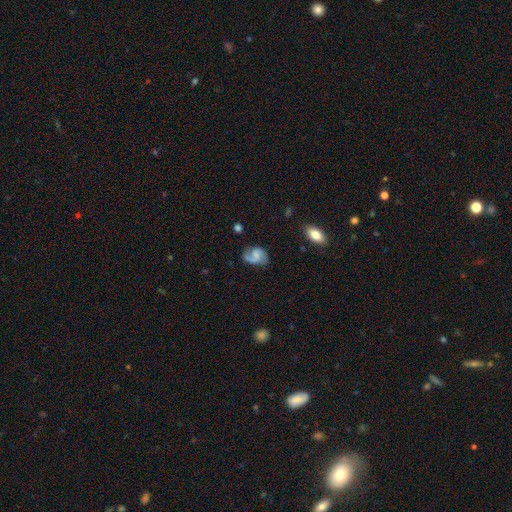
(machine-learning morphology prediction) Smooth or featured? featured or disk (69%)
Edge-on disk? no (98%)
Bar? no (50%)
Spiral arms? yes (93%)
Spiral winding? medium (47%)
Spiral arm count? 2 (77%)
Bulge size? none (35%)
Merging? none (65%)